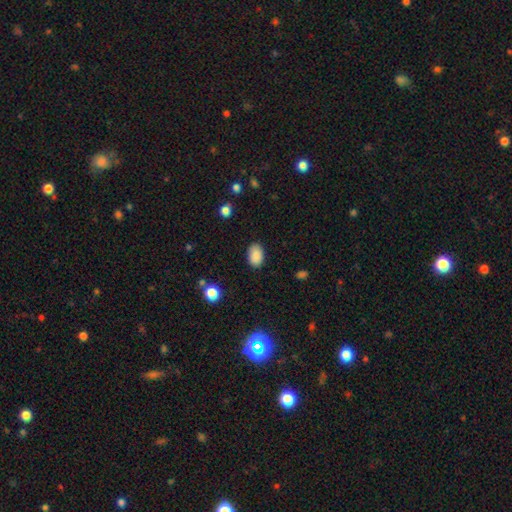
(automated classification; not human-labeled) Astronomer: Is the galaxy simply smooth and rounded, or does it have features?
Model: smooth — 89%.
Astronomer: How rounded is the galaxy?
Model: in between — 89%.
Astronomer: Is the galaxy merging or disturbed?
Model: none — 86%.